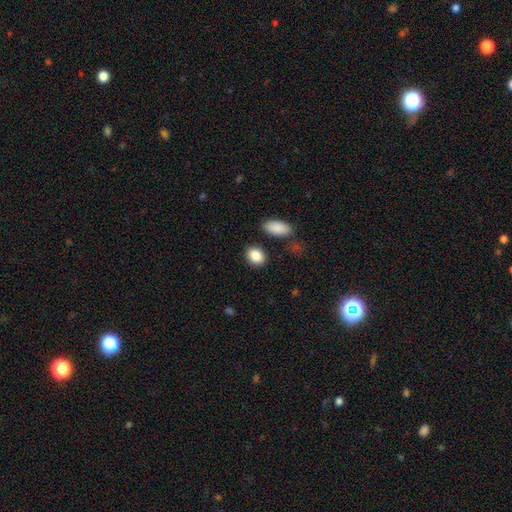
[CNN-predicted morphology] smooth 87%, star or artifact 8%, featured or disk 5%. Down the decision tree: how rounded — in between (58%); merging — none (85%).